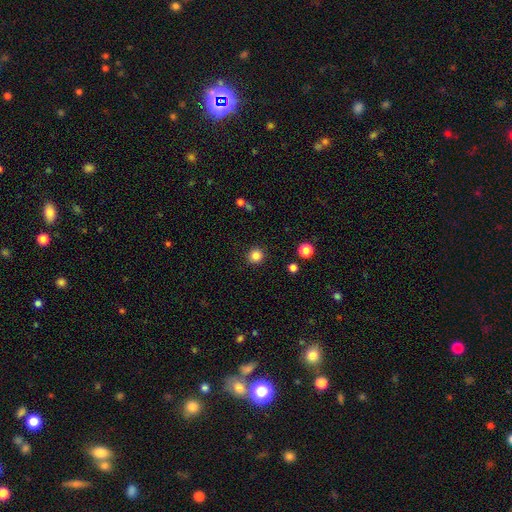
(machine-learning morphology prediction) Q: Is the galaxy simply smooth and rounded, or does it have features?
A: smooth — 85%.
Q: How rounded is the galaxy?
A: round — 94%.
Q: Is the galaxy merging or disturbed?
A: none — 91%.